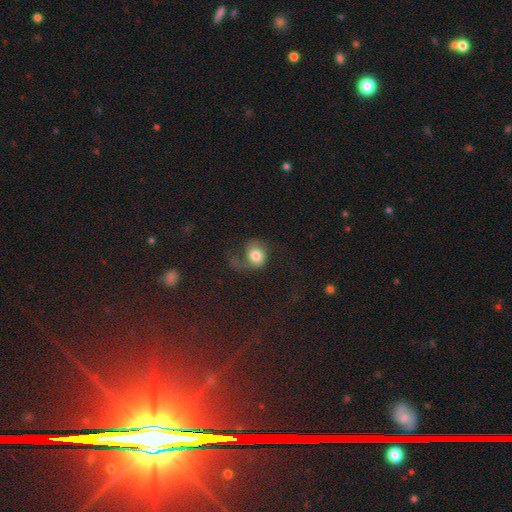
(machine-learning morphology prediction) A smooth galaxy with no disk features (56%) that is round (63%).

Vote fractions:
- Smooth or featured? smooth: 56% / featured or disk: 33% / star or artifact: 10%
- How rounded? round: 63% / in between: 36% / cigar-shaped: 1%
- Merging? major disturbance: 43% / none: 33% / minor disturbance: 21% / merger: 3%